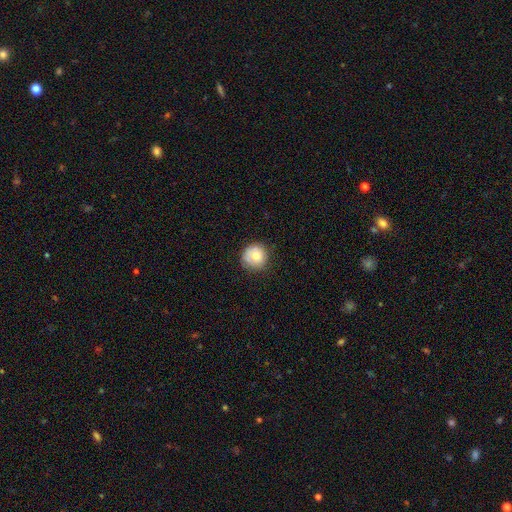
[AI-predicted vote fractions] The model was most divided on "smooth or featured": smooth: 72%, featured or disk: 19%, star or artifact: 9%. More confident: how rounded — round (93%); merging — none (76%).